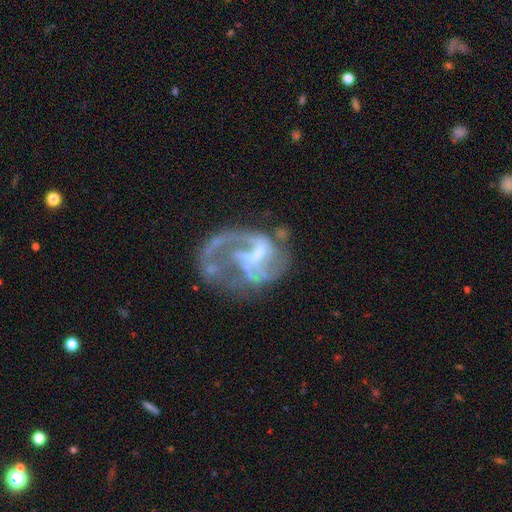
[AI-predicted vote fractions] A featured or disk galaxy (82%) with a weak bar (44%), 1 (41%) loose (46%) spiral arms (75%) and no central bulge (37%). Merging: major disturbance (46%).